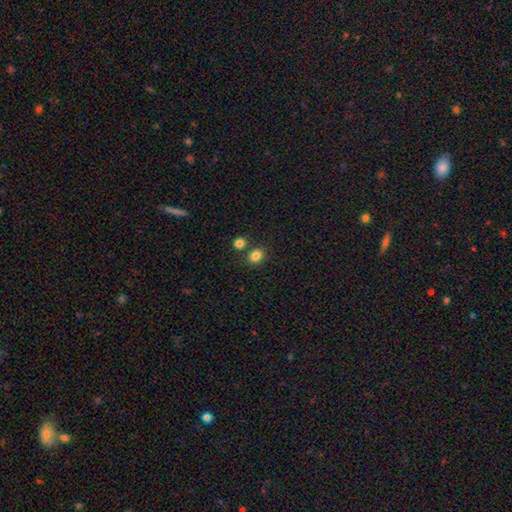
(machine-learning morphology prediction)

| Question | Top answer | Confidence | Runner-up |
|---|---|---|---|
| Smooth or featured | smooth | 84% | star or artifact (11%) |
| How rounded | round | 55% | in between (44%) |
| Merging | none | 74% | merger (15%) |